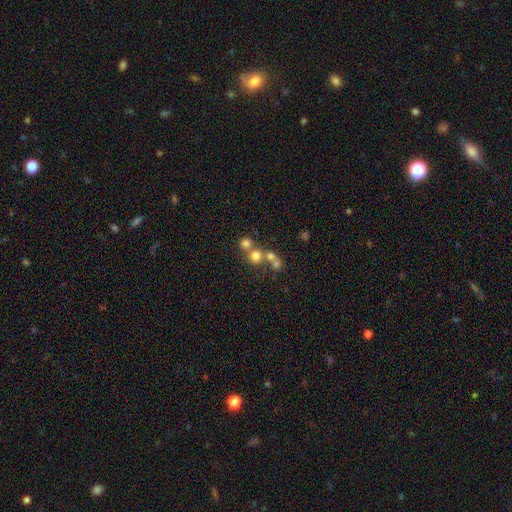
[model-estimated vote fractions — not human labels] A smooth galaxy with no disk features (68%) that is round (89%). Merging: none (47%).